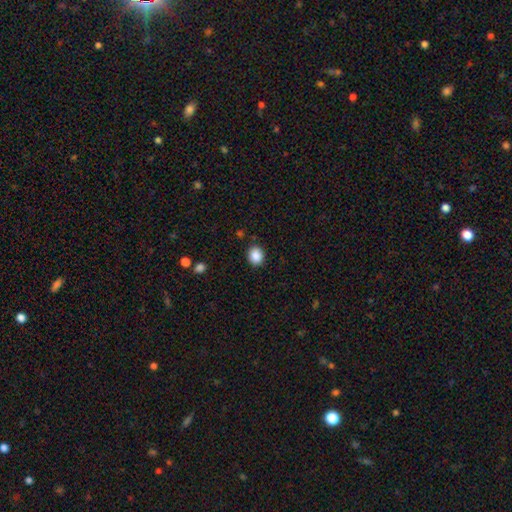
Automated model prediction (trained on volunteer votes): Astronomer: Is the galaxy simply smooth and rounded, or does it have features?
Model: smooth — 87%.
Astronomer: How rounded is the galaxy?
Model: round — 59% (runner-up: in between, 40%).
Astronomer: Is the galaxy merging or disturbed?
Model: none — 87%.